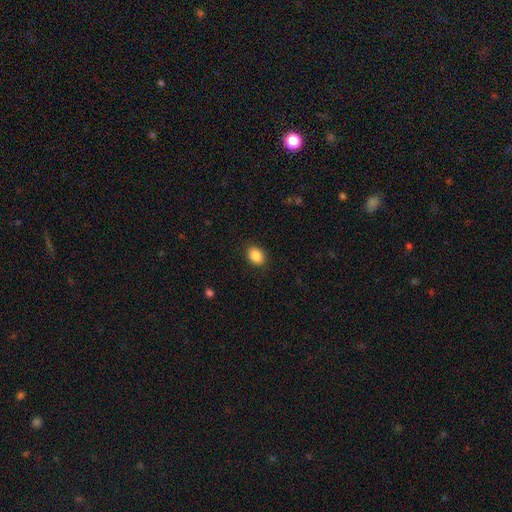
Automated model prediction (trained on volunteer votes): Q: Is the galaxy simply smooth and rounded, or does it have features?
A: smooth — 88%.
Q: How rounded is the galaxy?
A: in between — 61%.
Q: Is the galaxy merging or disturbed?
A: none — 89%.